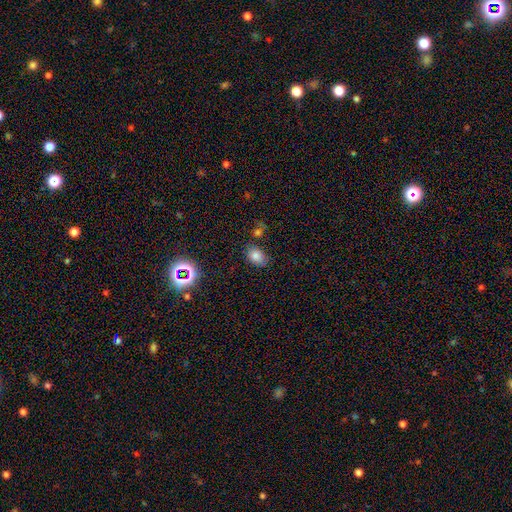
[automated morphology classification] smooth-or-featured: smooth: 77% | star or artifact: 15% | featured or disk: 8%
  how-rounded: in between: 79% | round: 20% | cigar-shaped: 1%
  merging: none: 74% | minor disturbance: 16% | merger: 6% | major disturbance: 4%